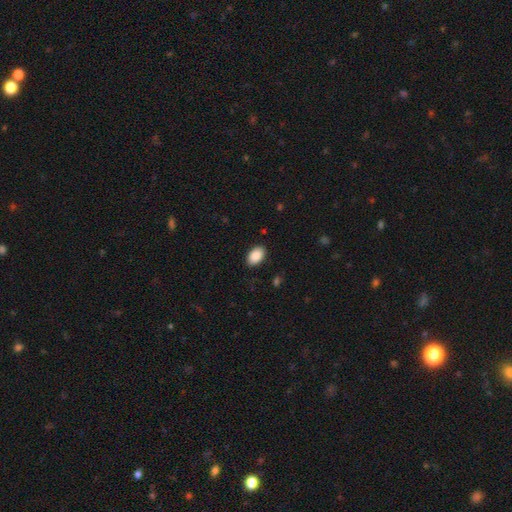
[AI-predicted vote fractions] Smooth or featured? Predicted: smooth (p=0.90). How rounded? Predicted: in between (p=0.91). Merging? Predicted: none (p=0.88).